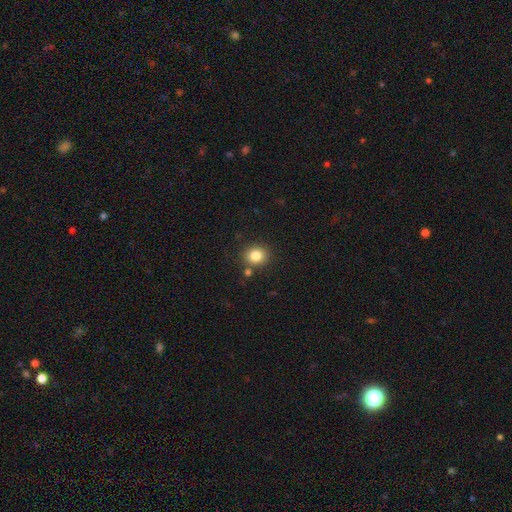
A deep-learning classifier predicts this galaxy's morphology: Smooth or featured: smooth — 83% (star or artifact — 11%)
How rounded: round — 81% (in between — 18%)
Merging: none — 81% (minor disturbance — 9%)